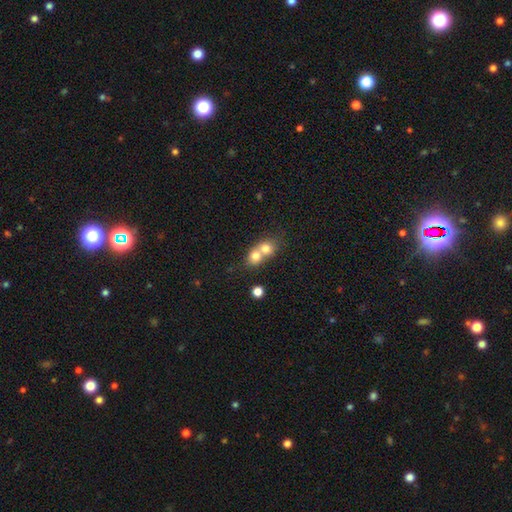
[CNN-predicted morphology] Smooth or featured? smooth (73%)
How rounded? round (70%)
Merging? merger (71%)